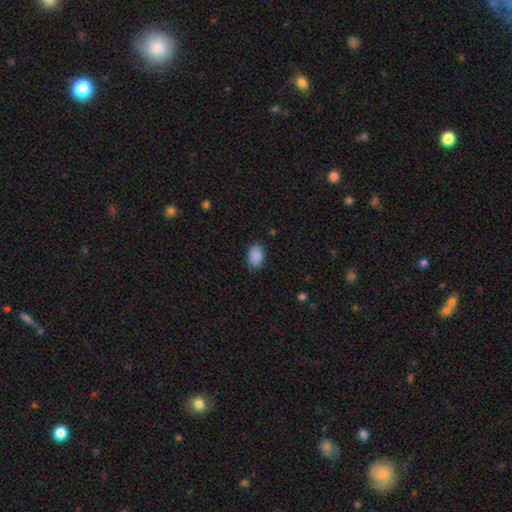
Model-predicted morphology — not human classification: smooth-or-featured: smooth: 90% | star or artifact: 7% | featured or disk: 3%
  how-rounded: in between: 85% | round: 14% | cigar-shaped: 1%
  merging: none: 84% | minor disturbance: 12% | major disturbance: 3% | merger: 1%